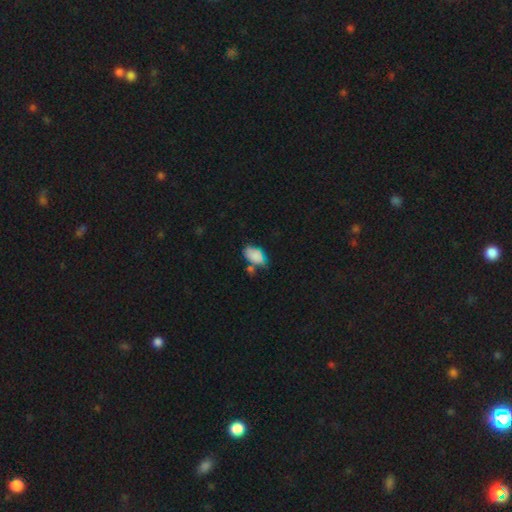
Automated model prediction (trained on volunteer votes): Morphology: type=smooth (78%); roundness=in between (91%); merging=none (48%).